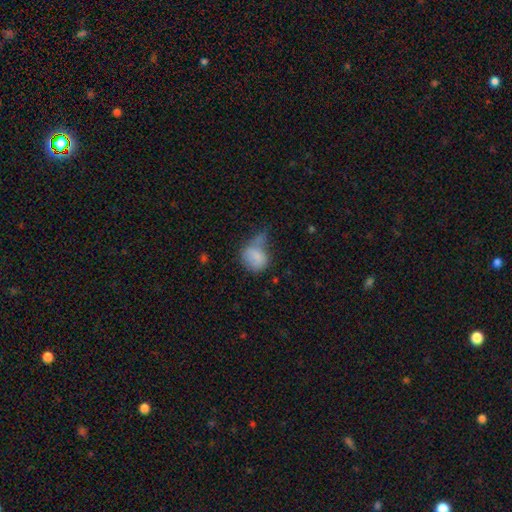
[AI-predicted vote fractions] Q: Smooth or featured?
A: smooth (76%); runner-up: featured or disk (14%)
Q: How rounded?
A: in between (51%); runner-up: round (48%)
Q: Merging?
A: minor disturbance (30%); runner-up: none (27%)